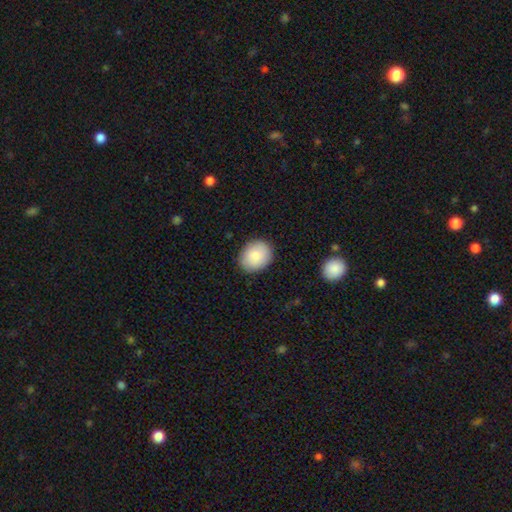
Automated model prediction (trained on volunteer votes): The model was most divided on "how rounded": round: 56%, in between: 43%, cigar-shaped: 1%. More confident: merging — none (87%); smooth or featured — smooth (84%).